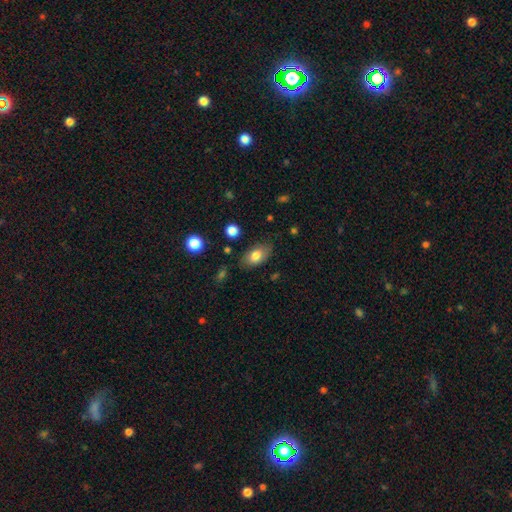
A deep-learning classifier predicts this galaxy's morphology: Overall: smooth (79%). How rounded: in between (89%). Merging: none (76%).